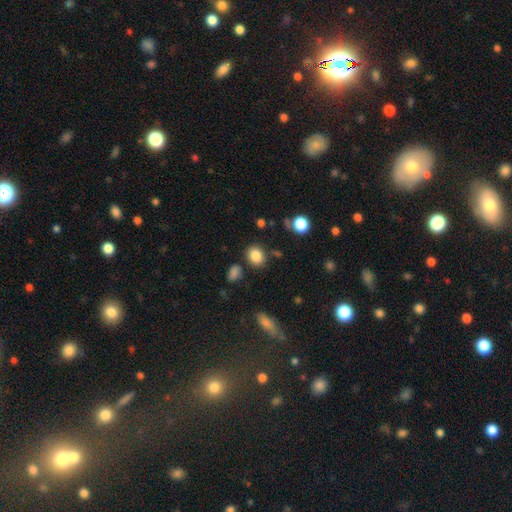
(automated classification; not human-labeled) Overall: smooth (85%). How rounded: round (61%; in between 38%). Merging: none (81%).